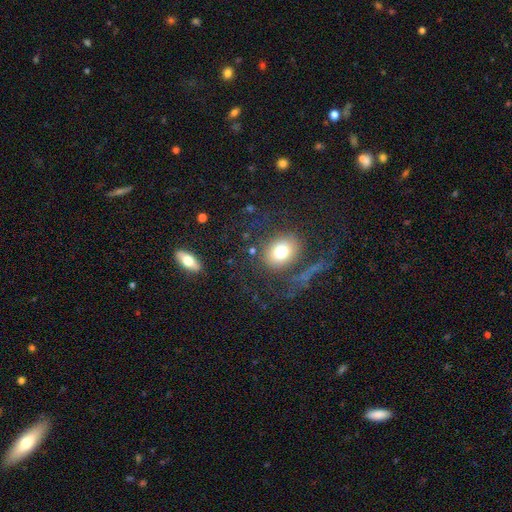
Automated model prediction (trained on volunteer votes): A smooth galaxy with no disk features (51%) that is round (59%). Merging: none (69%).